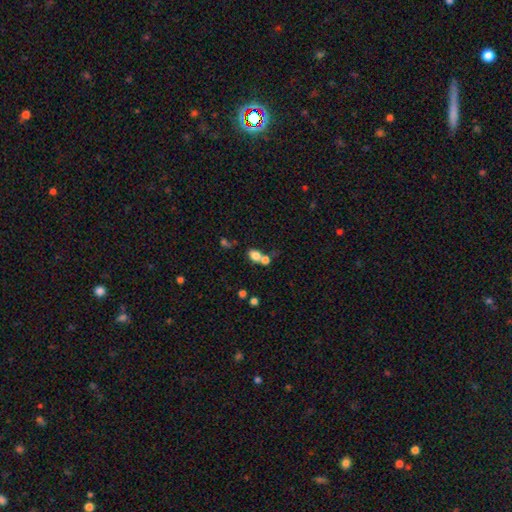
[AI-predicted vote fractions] A smooth galaxy with no disk features (77%) that is in between round and cigar-shaped (63%). Merging: merger (53%).